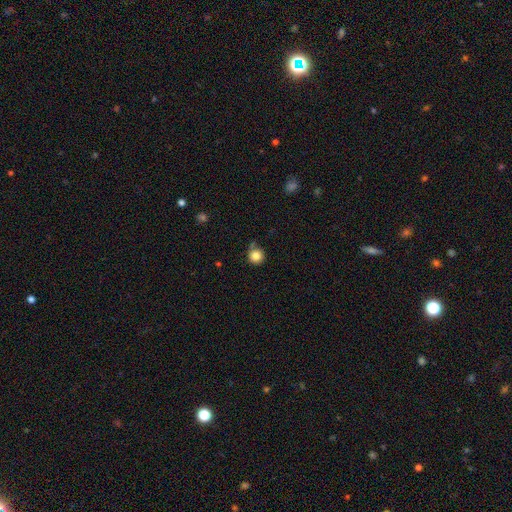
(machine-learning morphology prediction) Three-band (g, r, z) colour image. It shows a smooth galaxy with no disk features (84%) that is round (94%). Merging: none (74%).